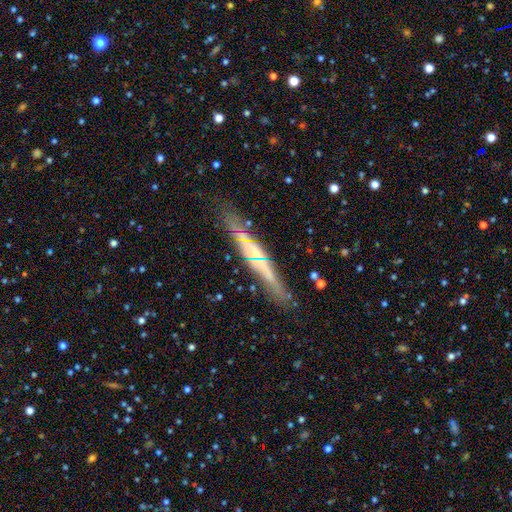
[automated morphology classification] Smooth or featured?
  - featured or disk: 69% *
  - smooth: 22%
  - star or artifact: 9%
Edge-on disk?
  - yes: 85% *
  - no: 15%
Edge-on bulge?
  - rounded: 47% *
  - none: 43%
  - boxy: 10%
Merging?
  - none: 82% *
  - minor disturbance: 13%
  - major disturbance: 3%
  - merger: 2%